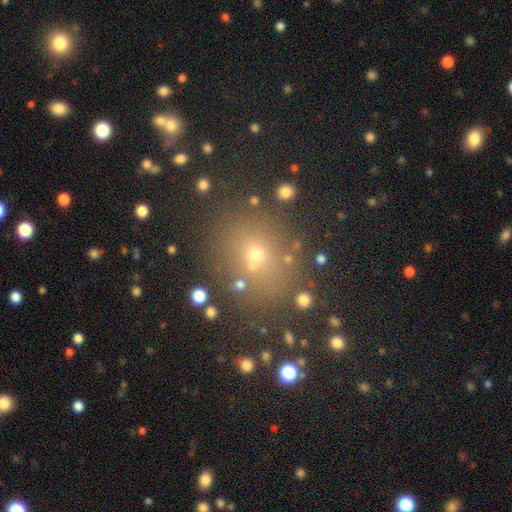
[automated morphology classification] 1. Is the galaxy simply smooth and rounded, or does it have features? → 61% smooth, 26% star or artifact, 13% featured or disk.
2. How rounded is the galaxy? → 72% round, 26% in between, 1% cigar-shaped.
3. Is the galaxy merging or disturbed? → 76% none, 11% minor disturbance, 8% merger, 5% major disturbance.